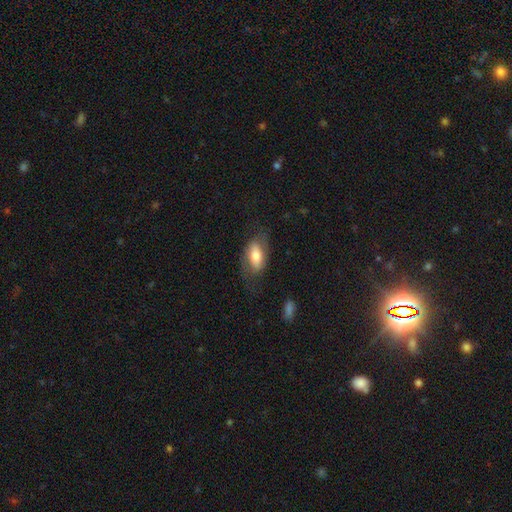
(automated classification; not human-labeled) smooth 62%, featured or disk 32%, star or artifact 6%. Down the decision tree: how rounded — in between (89%); merging — none (64%).